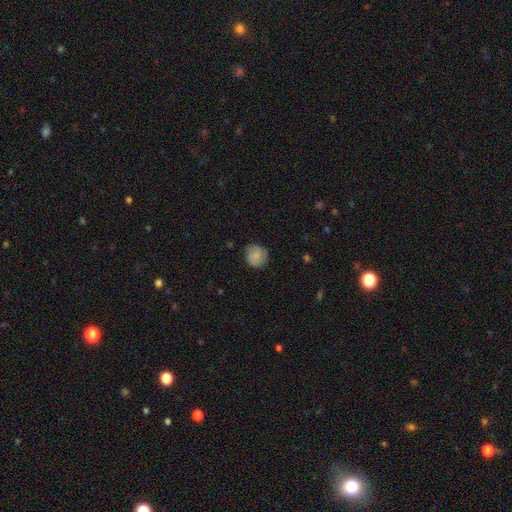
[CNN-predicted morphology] A smooth galaxy with no disk features (73%) that is round (87%). Merging: none (79%).